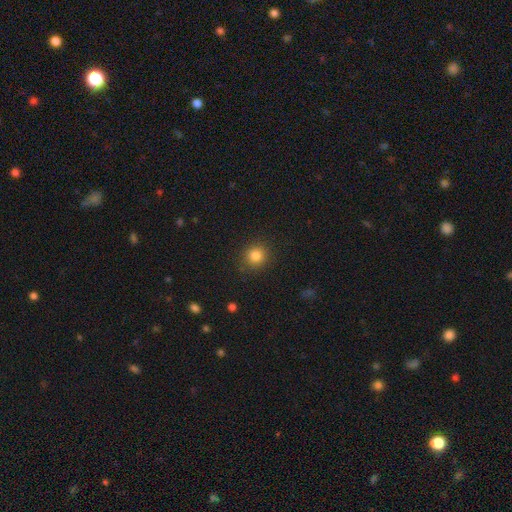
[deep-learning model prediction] This appears to be a smooth galaxy with no disk features (83%) that is round (90%). Merging: none (88%).